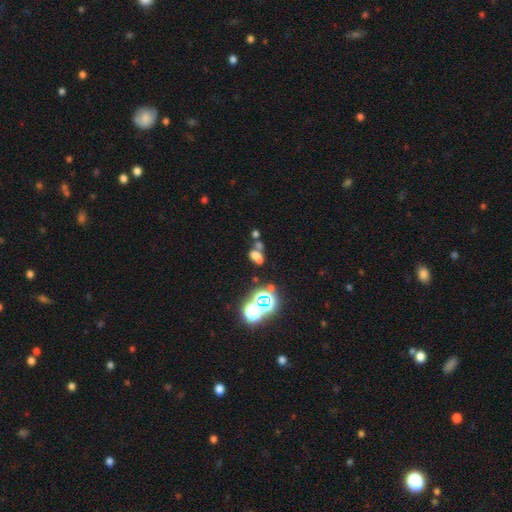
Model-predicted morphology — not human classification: A smooth galaxy with no disk features (56%) that is in between round and cigar-shaped (75%). Merging: none (40%).